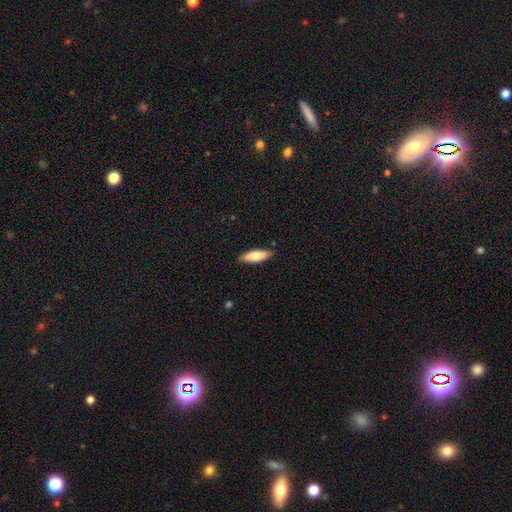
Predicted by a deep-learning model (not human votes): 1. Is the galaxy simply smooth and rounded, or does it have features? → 74% smooth, 20% featured or disk, 6% star or artifact.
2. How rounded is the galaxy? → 56% in between, 42% cigar-shaped, 2% round.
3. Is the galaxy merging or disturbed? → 85% none, 12% minor disturbance, 2% major disturbance, 1% merger.